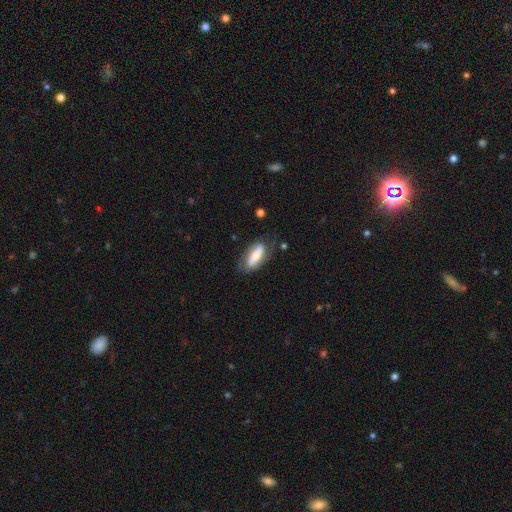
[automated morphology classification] featured or disk 51%, smooth 43%, star or artifact 6%. Down the decision tree: edge-on disk — no (76%); merging — none (69%).